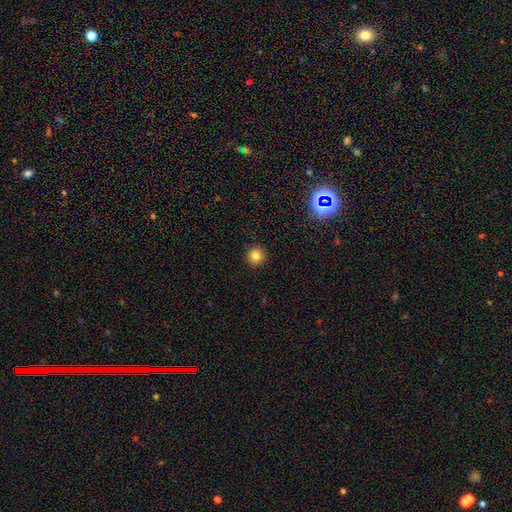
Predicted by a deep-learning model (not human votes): smooth-or-featured: smooth: 82% | star or artifact: 12% | featured or disk: 6%
  how-rounded: round: 95% | in between: 4% | cigar-shaped: 1%
  merging: none: 93% | minor disturbance: 5% | major disturbance: 2% | merger: 1%